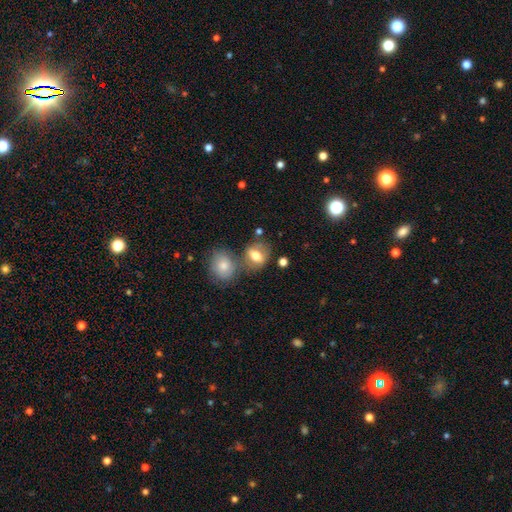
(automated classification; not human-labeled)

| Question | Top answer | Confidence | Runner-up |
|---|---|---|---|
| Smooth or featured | smooth | 65% | featured or disk (26%) |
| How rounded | in between | 54% | round (44%) |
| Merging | none | 47% | merger (29%) |